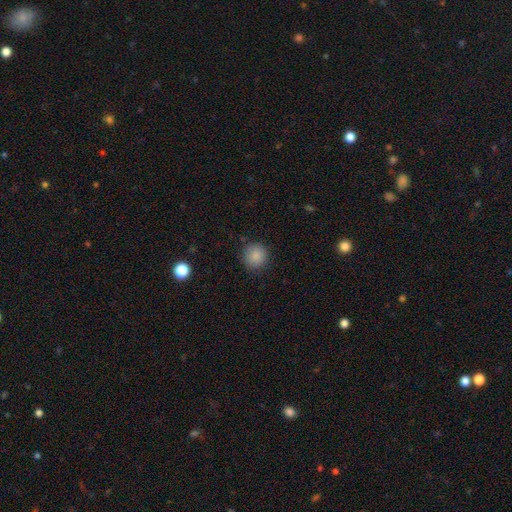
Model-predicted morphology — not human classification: The model was most divided on "smooth or featured": smooth: 85%, star or artifact: 10%, featured or disk: 4%. More confident: how rounded — round (93%); merging — none (87%).